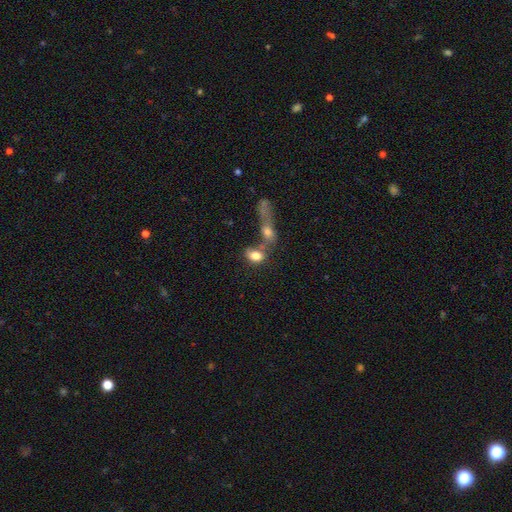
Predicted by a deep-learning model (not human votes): This is likely a smooth galaxy (77%). How rounded: likely in between (72%). Merging: possibly merger (50%).